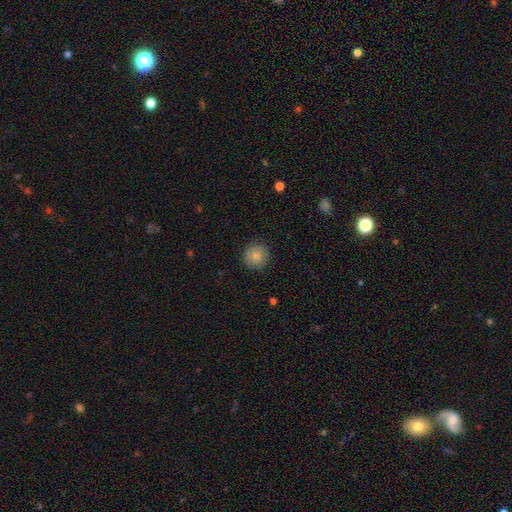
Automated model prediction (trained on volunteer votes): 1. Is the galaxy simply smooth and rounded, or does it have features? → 82% smooth, 9% featured or disk, 9% star or artifact.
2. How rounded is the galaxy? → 92% round, 7% in between, 1% cigar-shaped.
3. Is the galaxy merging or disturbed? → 89% none, 8% minor disturbance, 2% major disturbance, 1% merger.